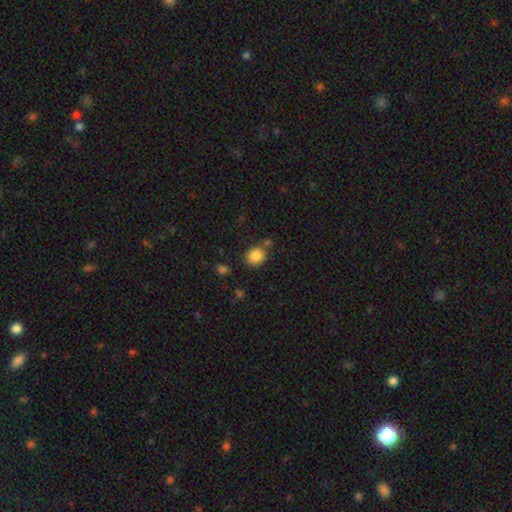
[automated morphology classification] This appears to be a smooth galaxy with no disk features (85%) that is round (74%). Merging: none (73%).